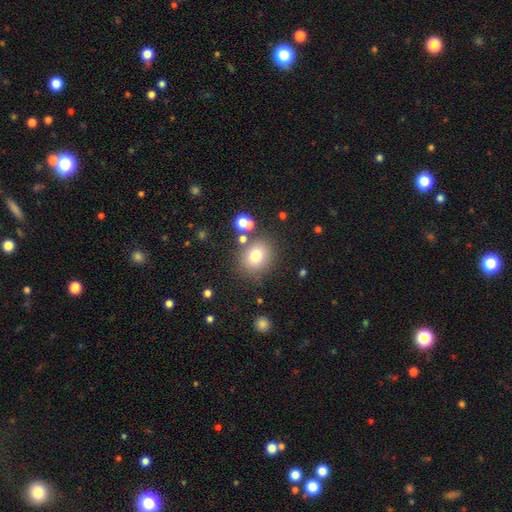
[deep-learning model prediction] The model was most divided on "how rounded": round: 75%, in between: 24%, cigar-shaped: 1%. More confident: merging — none (76%); smooth or featured — smooth (75%).